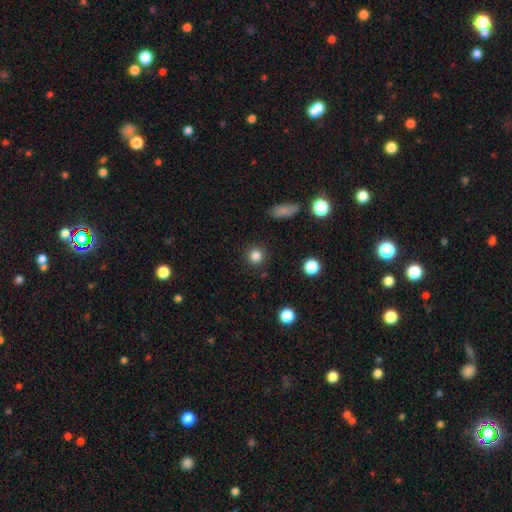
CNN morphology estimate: smooth_or_featured: smooth (p=0.84) [alt: star or artifact p=0.12]
how_rounded: round (p=0.93) [alt: in between p=0.06]
merging: none (p=0.90) [alt: minor disturbance p=0.06]